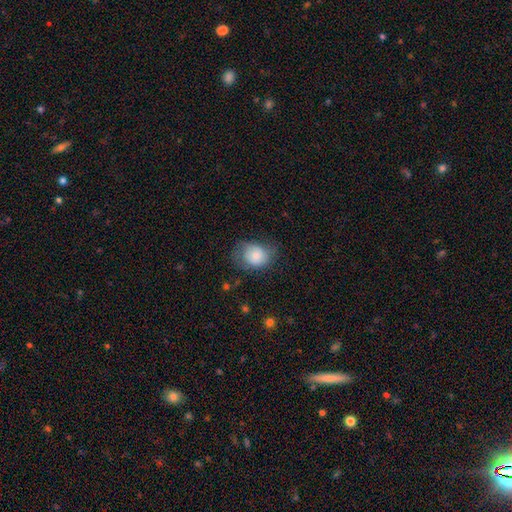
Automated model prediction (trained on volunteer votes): smooth-or-featured: smooth: 77% | featured or disk: 16% | star or artifact: 8%
  how-rounded: in between: 53% | round: 46% | cigar-shaped: 1%
  merging: none: 49% | minor disturbance: 32% | major disturbance: 17% | merger: 2%